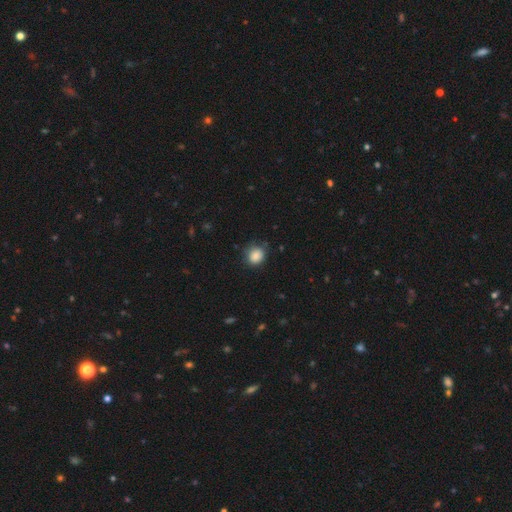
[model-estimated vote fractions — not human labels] Q: Smooth or featured?
A: smooth (86%); runner-up: star or artifact (9%)
Q: How rounded?
A: round (75%); runner-up: in between (24%)
Q: Merging?
A: none (72%); runner-up: minor disturbance (21%)